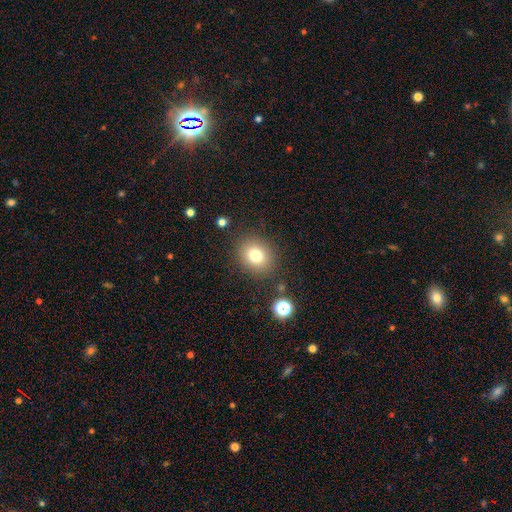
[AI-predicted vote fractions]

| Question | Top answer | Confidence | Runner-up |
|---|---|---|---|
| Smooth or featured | smooth | 77% | star or artifact (13%) |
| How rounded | round | 72% | in between (27%) |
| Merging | none | 84% | minor disturbance (9%) |